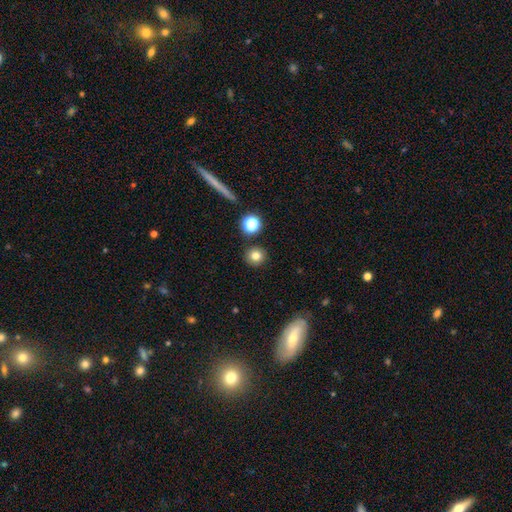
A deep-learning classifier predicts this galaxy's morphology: smooth-or-featured: smooth: 79% | star or artifact: 13% | featured or disk: 7%
  how-rounded: round: 91% | in between: 8% | cigar-shaped: 1%
  merging: none: 88% | minor disturbance: 6% | merger: 3% | major disturbance: 2%